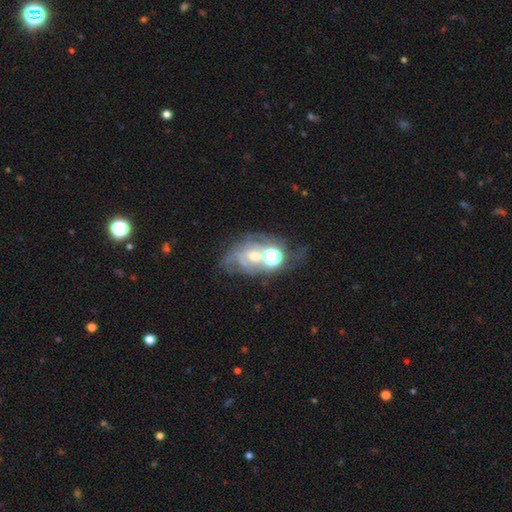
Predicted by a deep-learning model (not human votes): Smooth or featured: featured or disk — 60% (star or artifact — 24%)
Edge-on disk: no — 96% (yes — 4%)
Bar: no — 69% (weak — 24%)
Spiral arms: yes — 81% (no — 19%)
Bulge size: moderate — 47% (small — 37%)
Merging: none — 42% (merger — 21%)